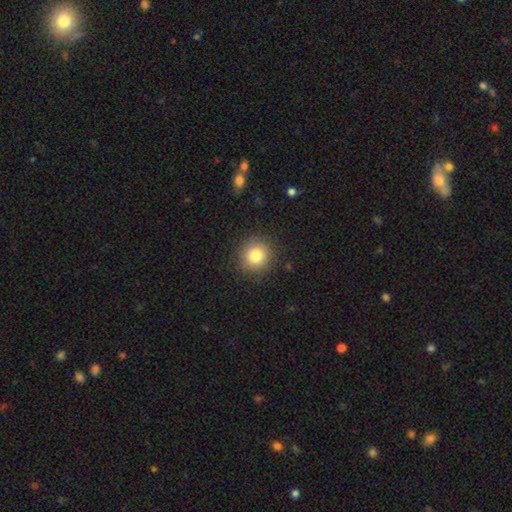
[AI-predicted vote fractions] A smooth galaxy with no disk features (82%) that is round (91%). Merging: none (89%).